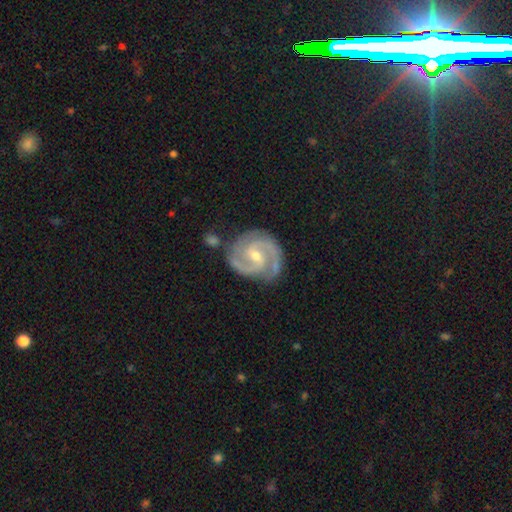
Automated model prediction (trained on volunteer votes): A featured or disk galaxy (92%) with a weak bar (48%), 2 (82%) tight (48%) spiral arms (99%) and a small central bulge (52%). Merging: none (75%).